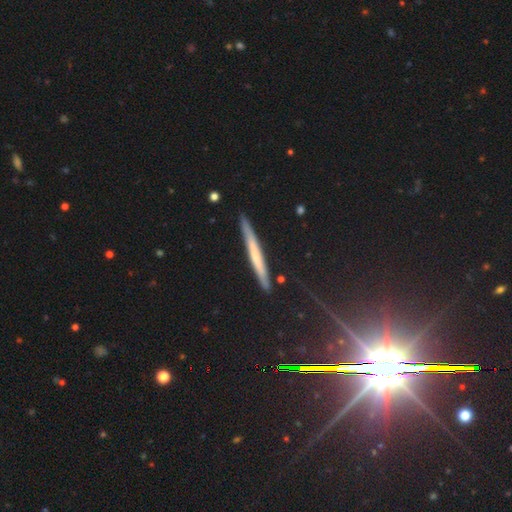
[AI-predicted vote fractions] This is possibly a featured or disk galaxy (48%). Merging: clearly none (87%).